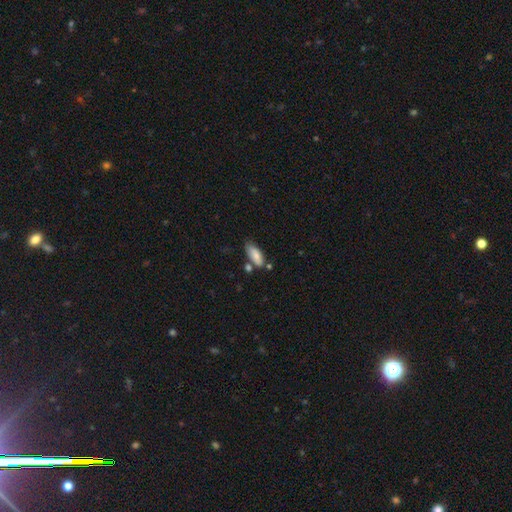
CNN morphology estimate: The model was most divided on "merging": none: 61%, minor disturbance: 22%, merger: 12%, major disturbance: 5%. More confident: smooth or featured — smooth (81%); how rounded — in between (79%).